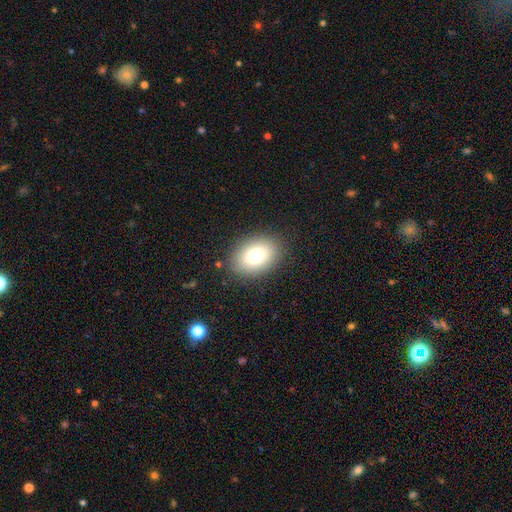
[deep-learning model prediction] smooth 78%, featured or disk 12%, star or artifact 10%. Down the decision tree: how rounded — in between (76%); merging — none (86%).